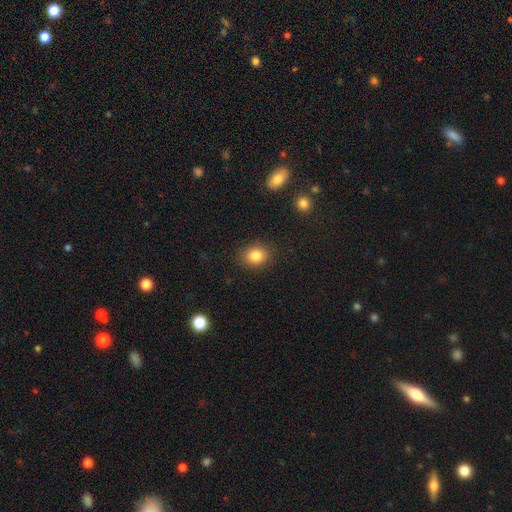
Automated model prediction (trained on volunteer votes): smooth-or-featured: smooth: 83% | star or artifact: 10% | featured or disk: 7%
  how-rounded: round: 60% | in between: 40% | cigar-shaped: 1%
  merging: none: 87% | minor disturbance: 9% | major disturbance: 3% | merger: 1%